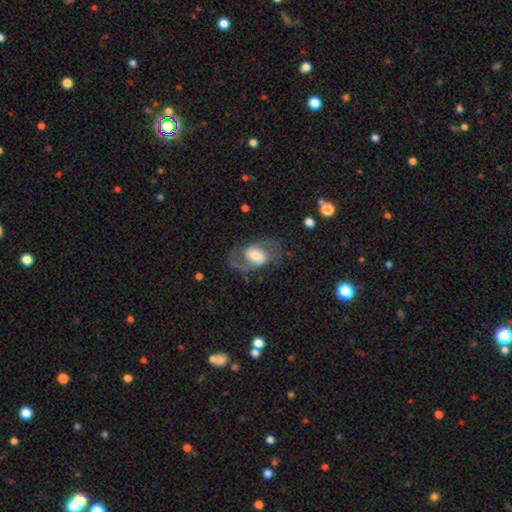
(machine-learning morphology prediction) Smooth or featured?
  - featured or disk: 79% *
  - smooth: 15%
  - star or artifact: 6%
Edge-on disk?
  - no: 96% *
  - yes: 4%
Bar?
  - weak: 46% *
  - strong: 29%
  - no: 25%
Spiral arms?
  - yes: 90% *
  - no: 10%
Spiral winding?
  - medium: 56% *
  - loose: 28%
  - tight: 16%
Spiral arm count?
  - 2: 90% *
  - can't tell: 4%
  - 1: 2%
  - 3: 1%
  - 4: 1%
  - more than 4: 1%
Bulge size?
  - moderate: 44% *
  - large: 28%
  - small: 21%
  - none: 3%
  - dominant: 3%
Merging?
  - none: 74% *
  - minor disturbance: 14%
  - major disturbance: 11%
  - merger: 1%